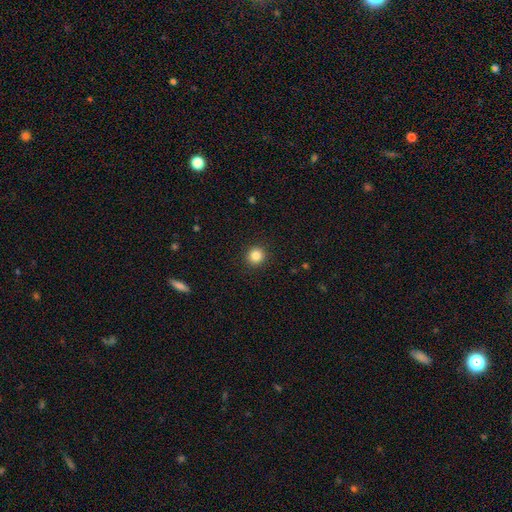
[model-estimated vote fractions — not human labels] A smooth galaxy with no disk features (85%) that is round (93%).

Vote fractions:
- Smooth or featured? smooth: 85% / star or artifact: 11% / featured or disk: 4%
- How rounded? round: 93% / in between: 6% / cigar-shaped: 1%
- Merging? none: 92% / minor disturbance: 5% / major disturbance: 2% / merger: 1%